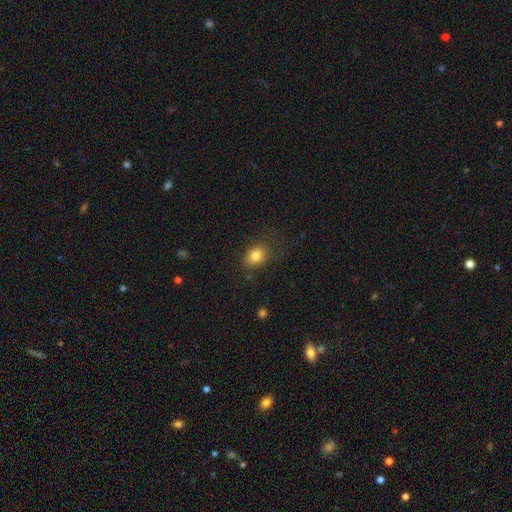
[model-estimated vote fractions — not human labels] smooth 81%, star or artifact 10%, featured or disk 8%. Down the decision tree: how rounded — in between (61%); merging — none (72%).